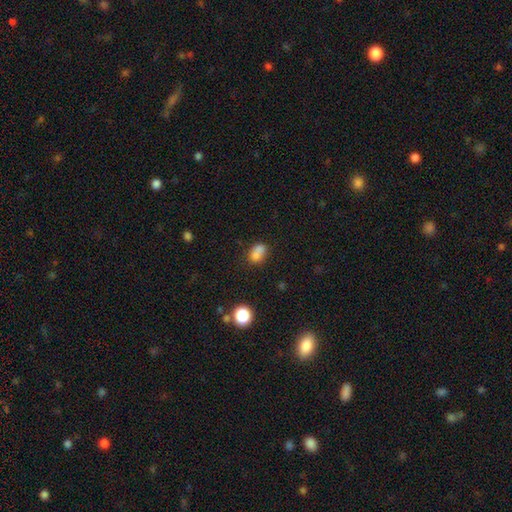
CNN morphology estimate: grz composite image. It shows a smooth galaxy with no disk features (78%) that is in between round and cigar-shaped (73%). Merging: none (45%).